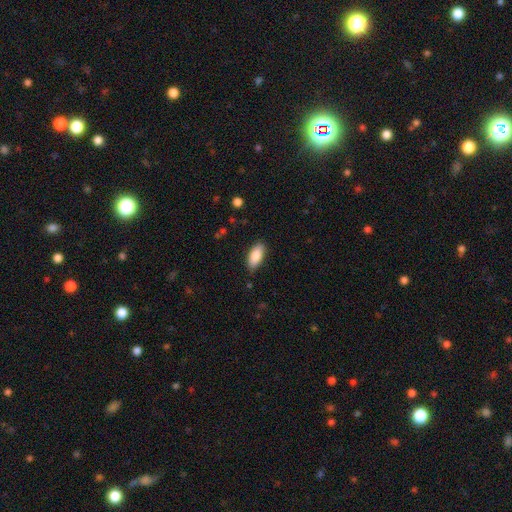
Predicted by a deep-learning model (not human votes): The model was most divided on "merging": none: 85%, minor disturbance: 12%, major disturbance: 2%, merger: 1%. More confident: how rounded — in between (87%); smooth or featured — smooth (86%).